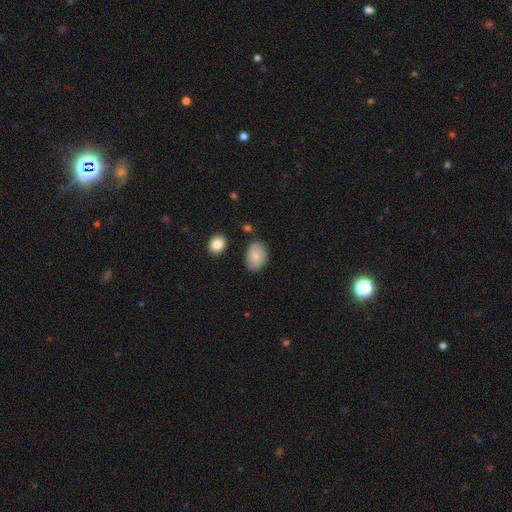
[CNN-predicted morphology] This appears to be a smooth galaxy with no disk features (84%) that is in between round and cigar-shaped (82%). Merging: none (77%).